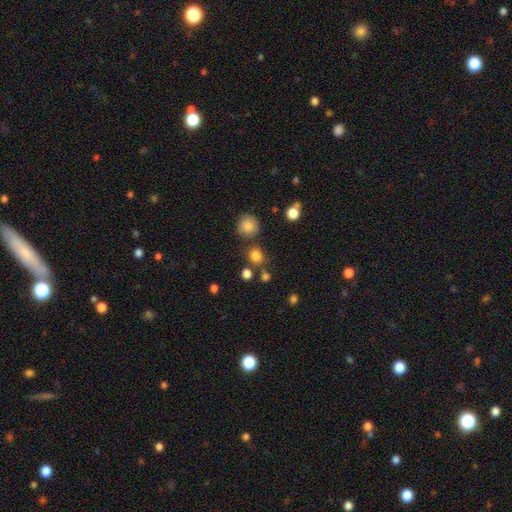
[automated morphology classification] This appears to be a smooth galaxy with no disk features (80%) that is round (81%). Merging: none (73%).